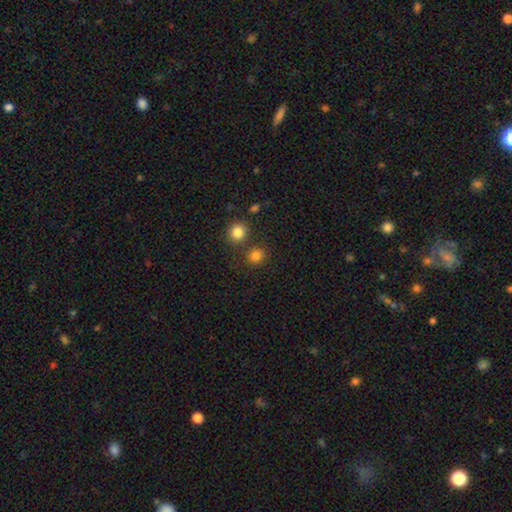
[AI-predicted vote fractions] Smooth or featured? smooth (81%)
How rounded? round (88%)
Merging? none (75%)